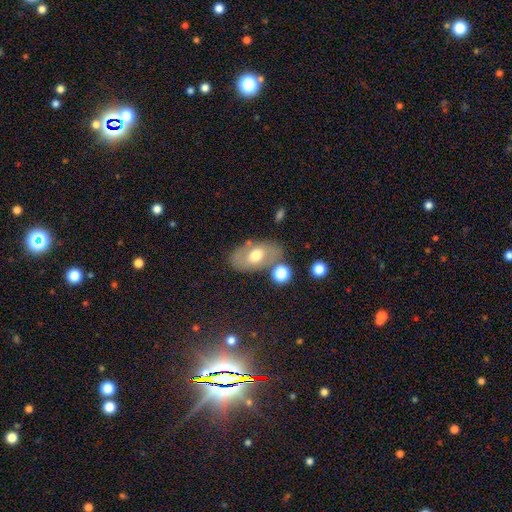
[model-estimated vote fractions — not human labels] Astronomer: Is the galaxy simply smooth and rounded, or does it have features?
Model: smooth — 56% (runner-up: featured or disk, 35%).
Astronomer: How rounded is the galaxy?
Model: in between — 89%.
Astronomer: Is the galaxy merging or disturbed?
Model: none — 69%.